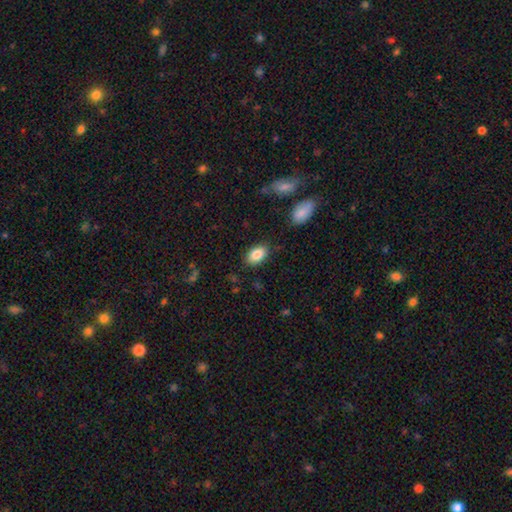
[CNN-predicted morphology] A smooth galaxy with no disk features (87%) that is in between round and cigar-shaped (90%). Merging: none (84%).